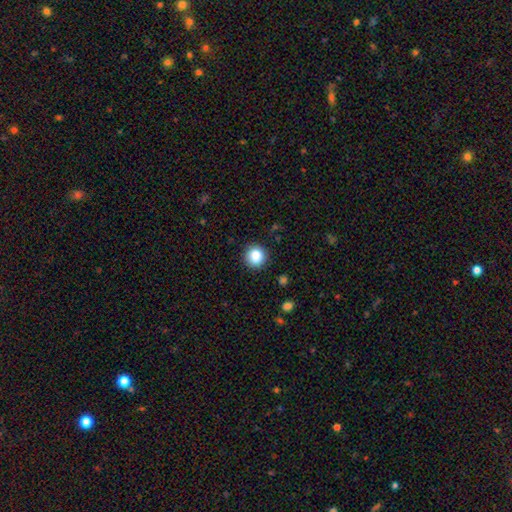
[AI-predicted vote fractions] Morphology: type=smooth (86%); roundness=round (91%); merging=none (89%).